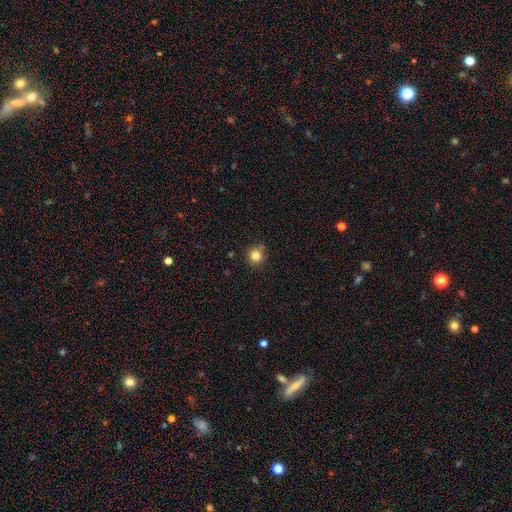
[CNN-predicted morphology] smooth 83%, star or artifact 12%, featured or disk 5%. Down the decision tree: how rounded — round (91%); merging — none (79%).